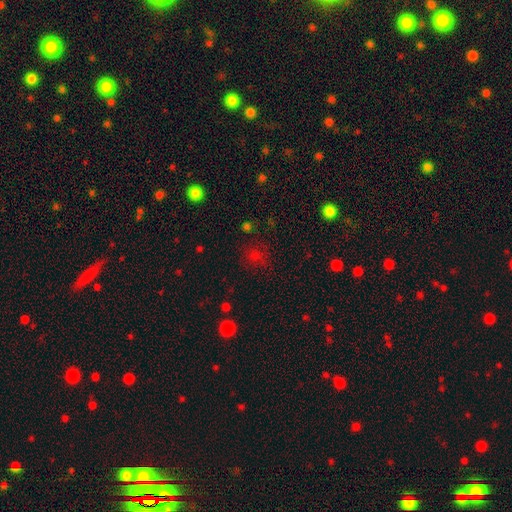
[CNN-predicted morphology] smooth 62%, star or artifact 30%, featured or disk 8%. Down the decision tree: how rounded — round (74%); merging — none (67%).